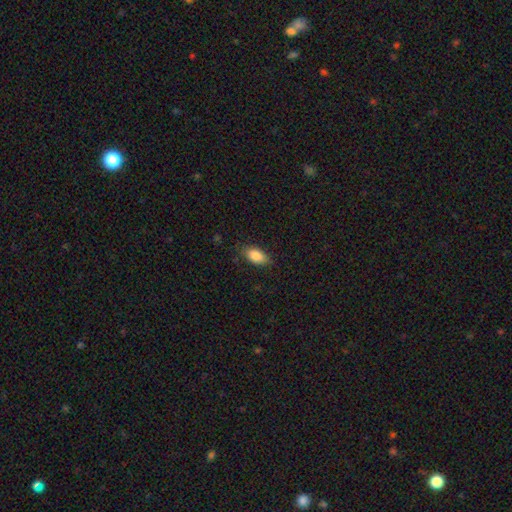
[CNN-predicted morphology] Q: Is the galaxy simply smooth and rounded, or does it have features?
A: smooth — 85%.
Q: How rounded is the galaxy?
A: in between — 90%.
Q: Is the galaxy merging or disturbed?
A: none — 81%.